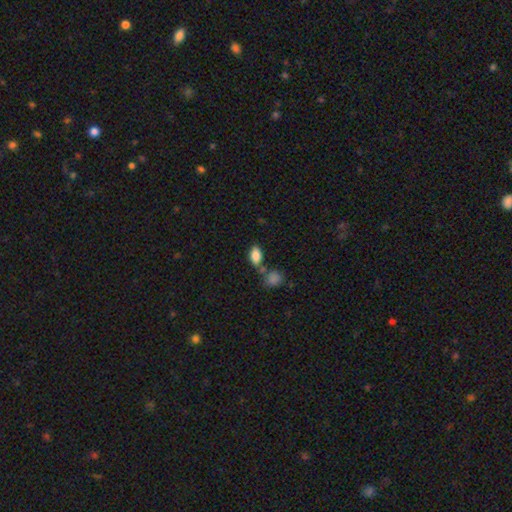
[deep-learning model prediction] smooth_or_featured: smooth (p=0.86) [alt: star or artifact p=0.08]
how_rounded: in between (p=0.90) [alt: round p=0.06]
merging: none (p=0.59) [alt: merger p=0.22]